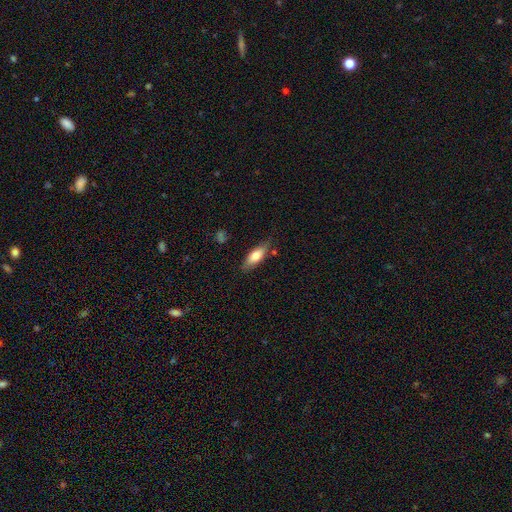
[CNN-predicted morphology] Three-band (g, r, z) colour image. It shows a smooth galaxy with no disk features (74%) that is in between round and cigar-shaped (69%). Merging: none (78%).